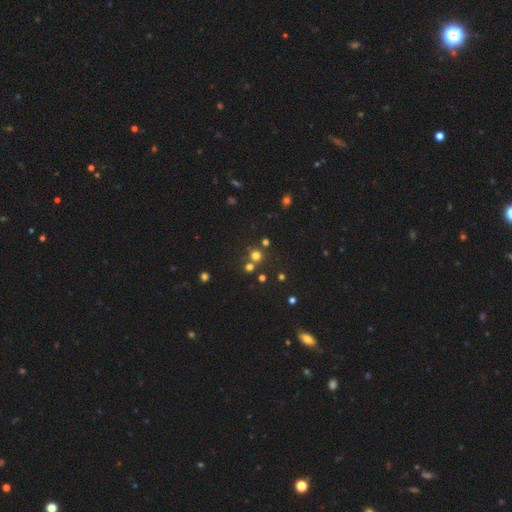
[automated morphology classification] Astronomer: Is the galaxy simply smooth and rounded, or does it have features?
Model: smooth — 65%.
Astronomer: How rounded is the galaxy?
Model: round — 91%.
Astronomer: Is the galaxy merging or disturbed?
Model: none — 70%.